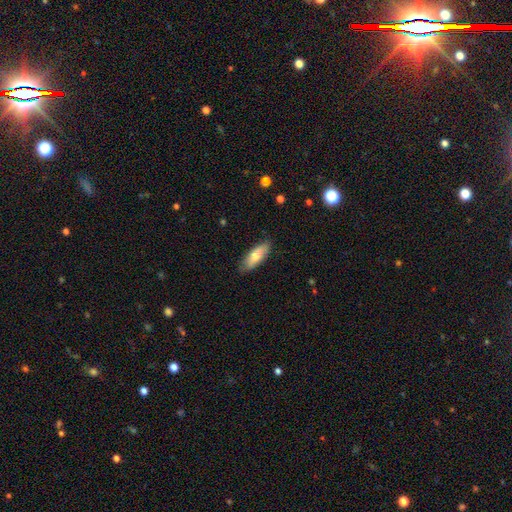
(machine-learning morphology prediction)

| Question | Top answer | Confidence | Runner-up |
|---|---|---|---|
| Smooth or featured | smooth | 72% | featured or disk (22%) |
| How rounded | in between | 66% | cigar-shaped (32%) |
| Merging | none | 83% | minor disturbance (14%) |